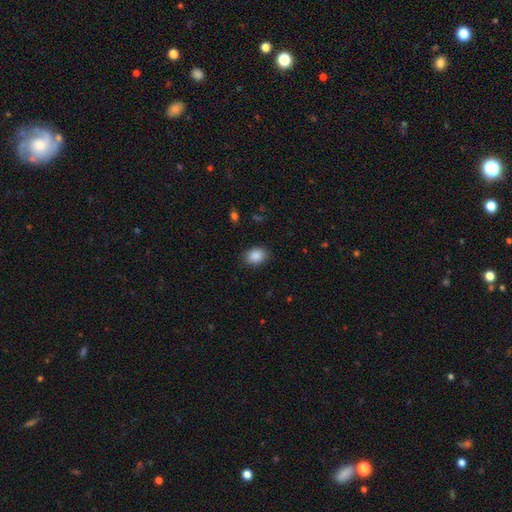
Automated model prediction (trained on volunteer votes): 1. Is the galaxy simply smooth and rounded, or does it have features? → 88% smooth, 8% star or artifact, 4% featured or disk.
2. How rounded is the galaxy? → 64% in between, 35% round, 1% cigar-shaped.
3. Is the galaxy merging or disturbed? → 86% none, 11% minor disturbance, 3% major disturbance, 1% merger.